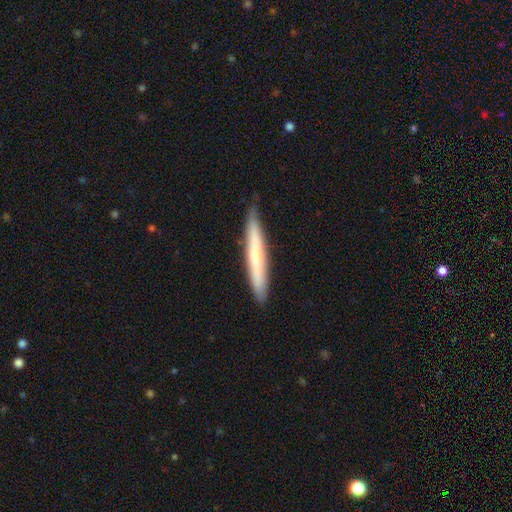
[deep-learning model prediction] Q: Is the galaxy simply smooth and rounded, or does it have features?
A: smooth — 53%.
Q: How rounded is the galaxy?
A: cigar-shaped — 96%.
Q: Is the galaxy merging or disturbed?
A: none — 88%.